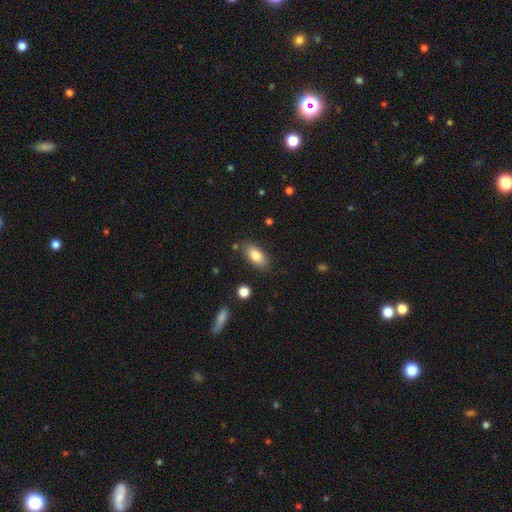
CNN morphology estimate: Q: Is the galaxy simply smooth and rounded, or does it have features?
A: smooth — 80%.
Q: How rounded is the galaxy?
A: in between — 87%.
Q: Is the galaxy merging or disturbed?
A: none — 83%.